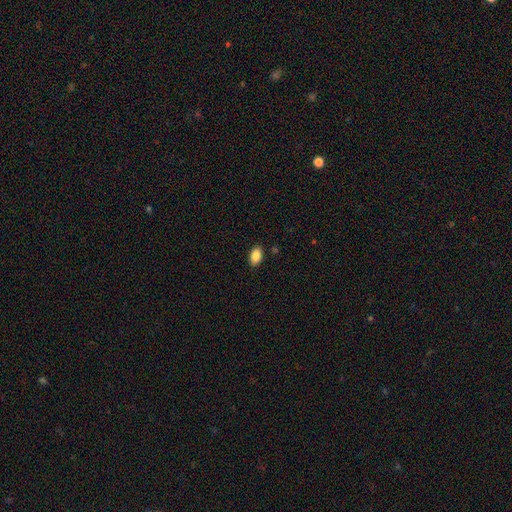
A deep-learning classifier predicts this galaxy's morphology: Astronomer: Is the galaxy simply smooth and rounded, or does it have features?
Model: smooth — 87%.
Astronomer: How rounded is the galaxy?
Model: in between — 90%.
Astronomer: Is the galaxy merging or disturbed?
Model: none — 88%.